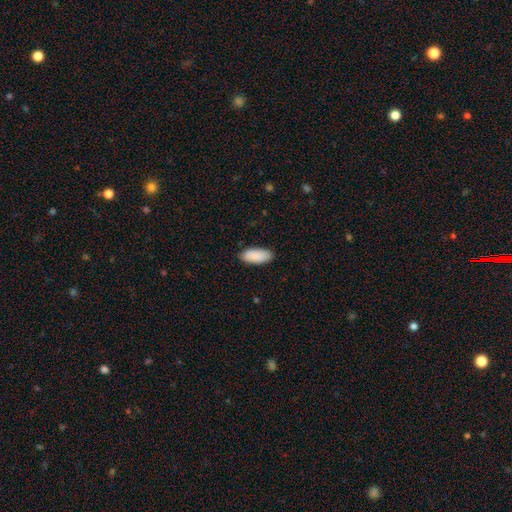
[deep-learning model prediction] smooth 90%, star or artifact 6%, featured or disk 4%. Down the decision tree: how rounded — in between (88%); merging — none (86%).